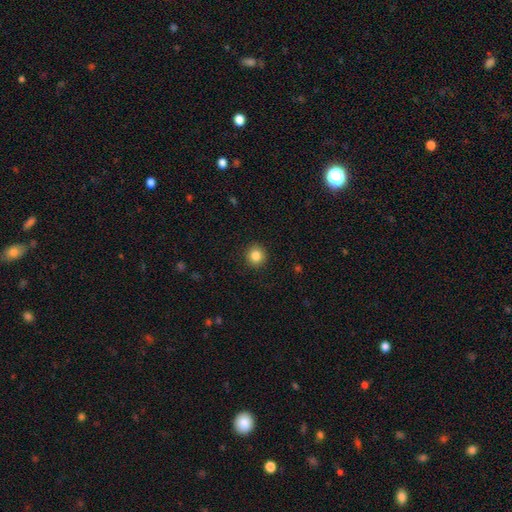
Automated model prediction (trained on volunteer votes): smooth 85%, star or artifact 10%, featured or disk 5%. Down the decision tree: how rounded — round (94%); merging — none (92%).